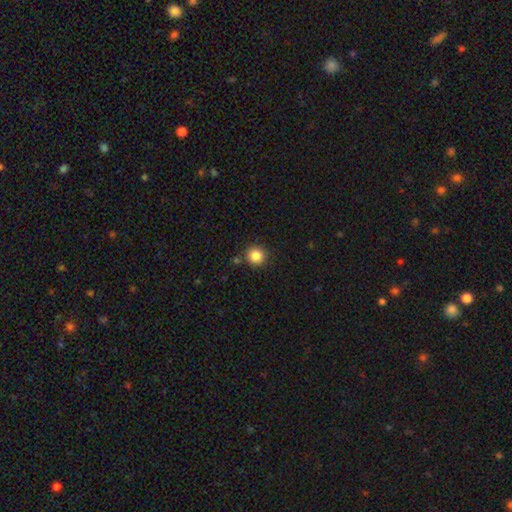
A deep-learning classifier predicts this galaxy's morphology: The model was most divided on "smooth or featured": smooth: 85%, star or artifact: 11%, featured or disk: 5%. More confident: how rounded — round (94%); merging — none (85%).